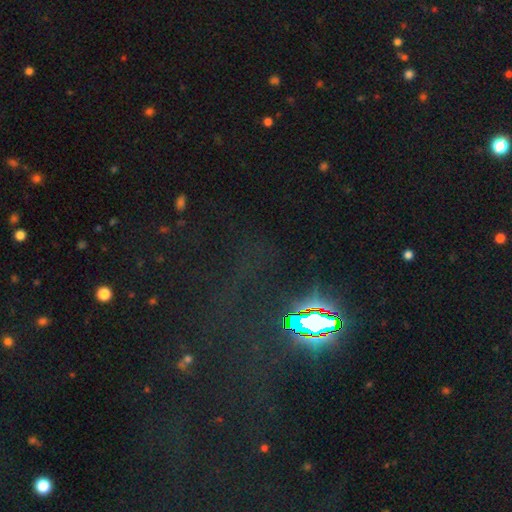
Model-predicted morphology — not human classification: This appears to be a star or artifact, not a galaxy (78%).